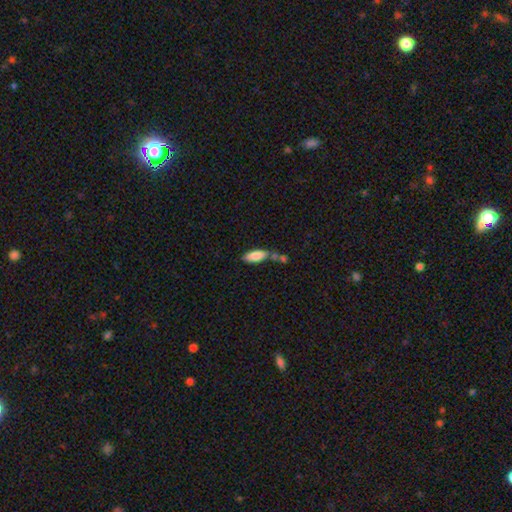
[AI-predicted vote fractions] Smooth or featured?
  - smooth: 84% *
  - featured or disk: 9%
  - star or artifact: 7%
How rounded?
  - in between: 74% *
  - cigar-shaped: 24%
  - round: 2%
Merging?
  - none: 51% *
  - merger: 25%
  - minor disturbance: 19%
  - major disturbance: 5%